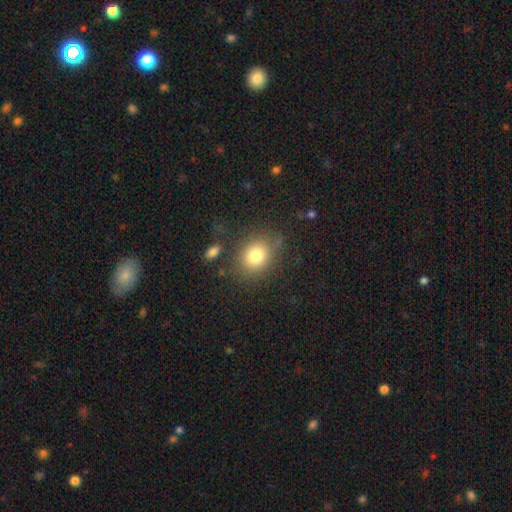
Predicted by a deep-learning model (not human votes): A smooth galaxy with no disk features (80%) that is round (59%). Merging: none (75%).